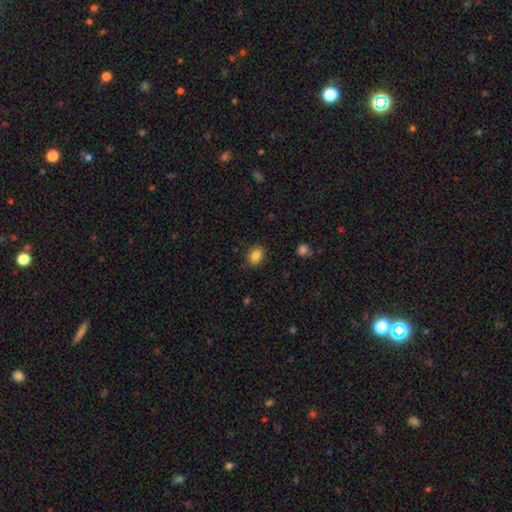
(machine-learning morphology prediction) Overall: smooth (85%). How rounded: in between (59%; round 40%). Merging: none (83%).